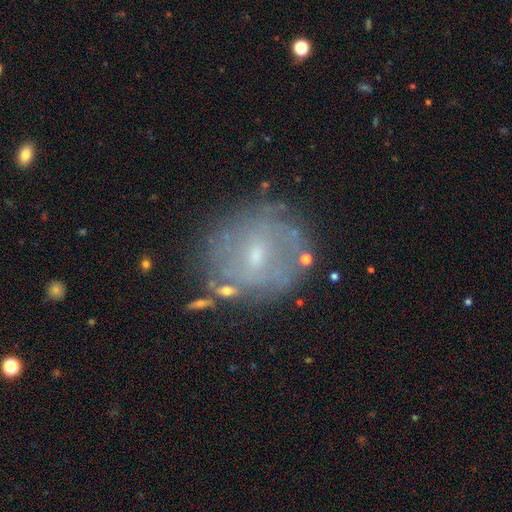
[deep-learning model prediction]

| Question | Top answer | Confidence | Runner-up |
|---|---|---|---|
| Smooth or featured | featured or disk | 62% | smooth (27%) |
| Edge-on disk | no | 96% | yes (4%) |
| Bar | weak | 53% | no (37%) |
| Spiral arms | yes | 61% | no (39%) |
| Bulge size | small | 60% | moderate (33%) |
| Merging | none | 74% | minor disturbance (16%) |